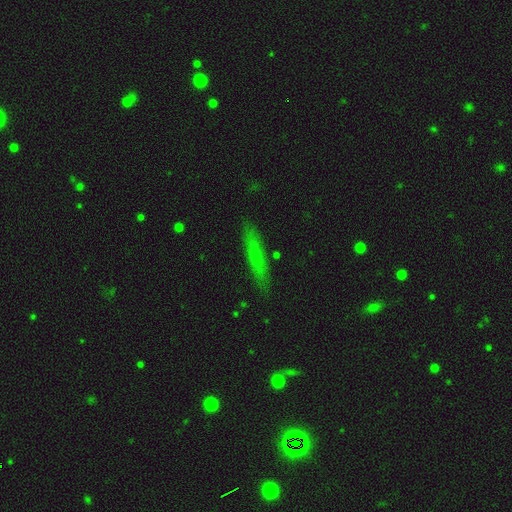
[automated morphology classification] smooth_or_featured: smooth (p=0.62) [alt: featured or disk p=0.28]
how_rounded: cigar-shaped (p=0.90) [alt: in between p=0.08]
merging: none (p=0.87) [alt: minor disturbance p=0.10]